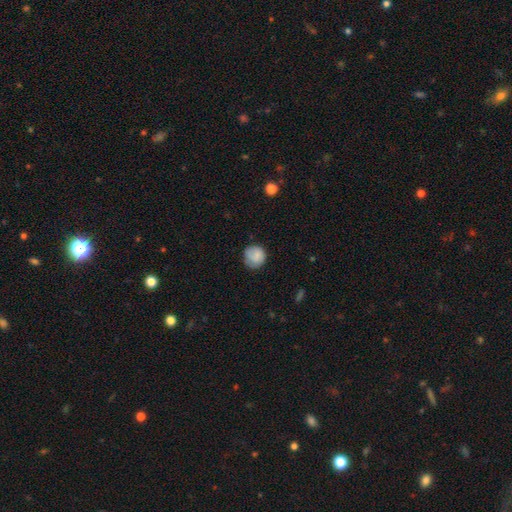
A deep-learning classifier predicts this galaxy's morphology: Smooth or featured? Predicted: smooth (p=0.83). How rounded? Predicted: round (p=0.89). Merging? Predicted: none (p=0.73).